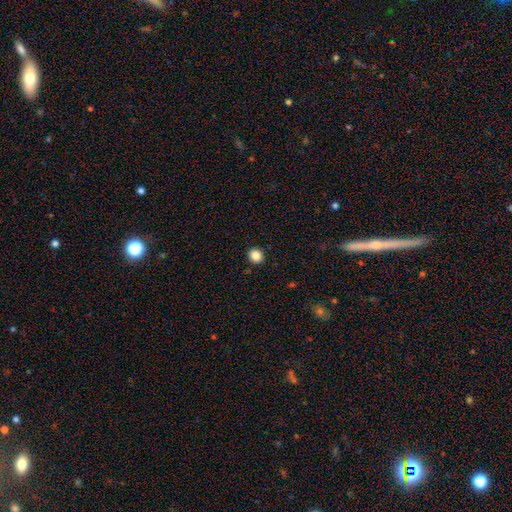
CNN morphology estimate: Q: Smooth or featured?
A: smooth (86%); runner-up: star or artifact (10%)
Q: How rounded?
A: round (79%); runner-up: in between (20%)
Q: Merging?
A: none (92%); runner-up: minor disturbance (5%)